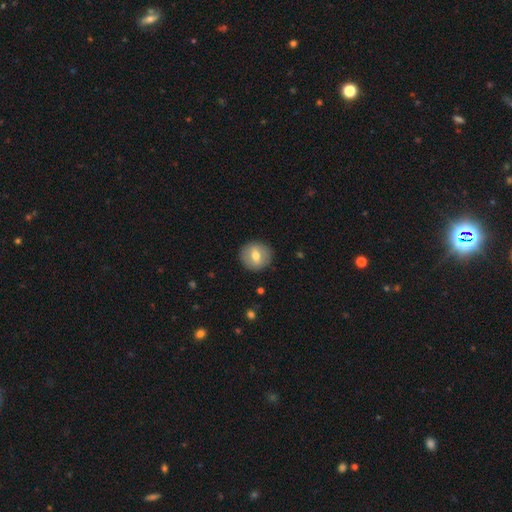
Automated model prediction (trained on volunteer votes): Morphology: type=smooth (61%); roundness=round (89%); merging=none (89%).